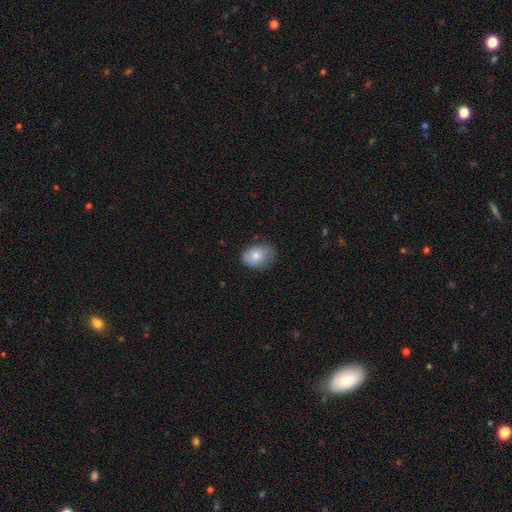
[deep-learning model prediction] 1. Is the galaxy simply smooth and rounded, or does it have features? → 77% smooth, 16% featured or disk, 7% star or artifact.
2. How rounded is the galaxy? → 69% in between, 30% round, 1% cigar-shaped.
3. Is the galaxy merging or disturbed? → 69% none, 24% minor disturbance, 5% major disturbance, 1% merger.